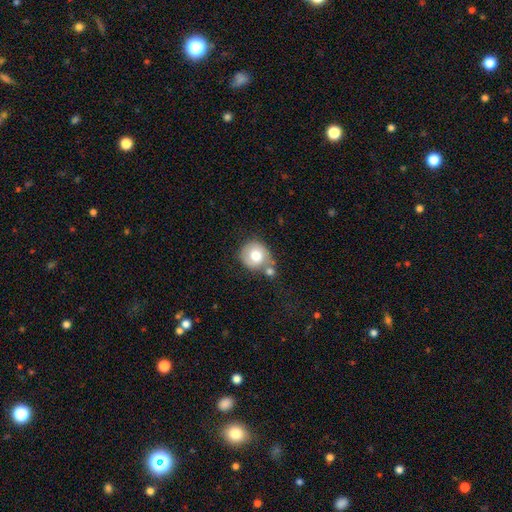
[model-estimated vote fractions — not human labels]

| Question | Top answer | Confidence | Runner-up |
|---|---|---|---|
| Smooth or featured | smooth | 71% | featured or disk (21%) |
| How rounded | round | 86% | in between (14%) |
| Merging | none | 49% | merger (27%) |